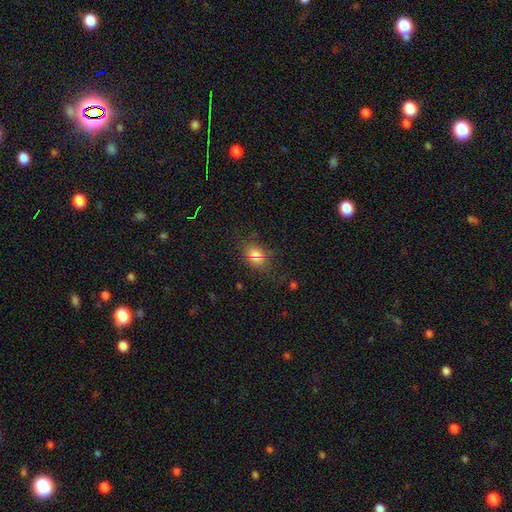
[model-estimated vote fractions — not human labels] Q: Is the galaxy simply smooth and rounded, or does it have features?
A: smooth — 70%.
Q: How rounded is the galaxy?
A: in between — 62%.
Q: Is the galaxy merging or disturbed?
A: none — 67%.